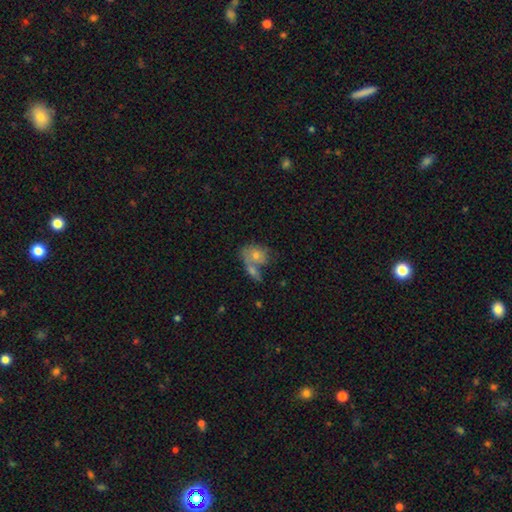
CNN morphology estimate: The model was most divided on "how rounded": in between: 59%, round: 39%, cigar-shaped: 2%. More confident: smooth or featured — smooth (65%); merging — merger (50%).